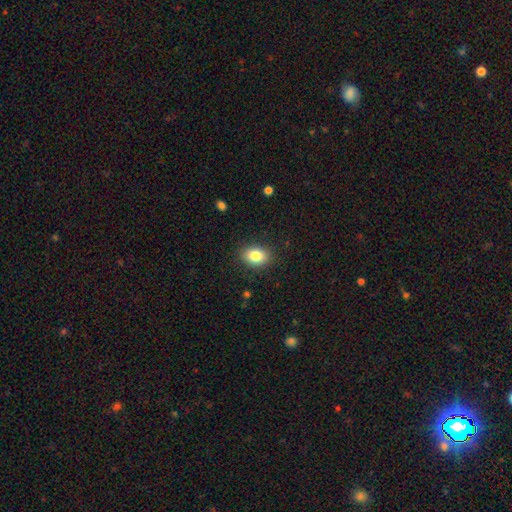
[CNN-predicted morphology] Smooth or featured? Predicted: smooth (p=0.84). How rounded? Predicted: in between (p=0.76). Merging? Predicted: none (p=0.87).